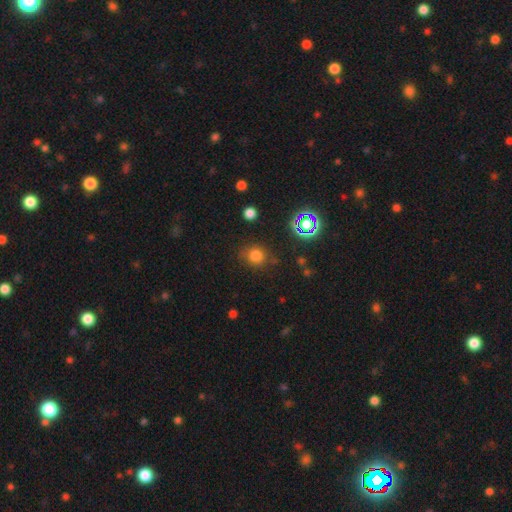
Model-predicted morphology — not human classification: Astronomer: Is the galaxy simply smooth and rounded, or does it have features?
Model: smooth — 75%.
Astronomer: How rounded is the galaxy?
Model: round — 84%.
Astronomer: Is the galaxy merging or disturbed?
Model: none — 81%.